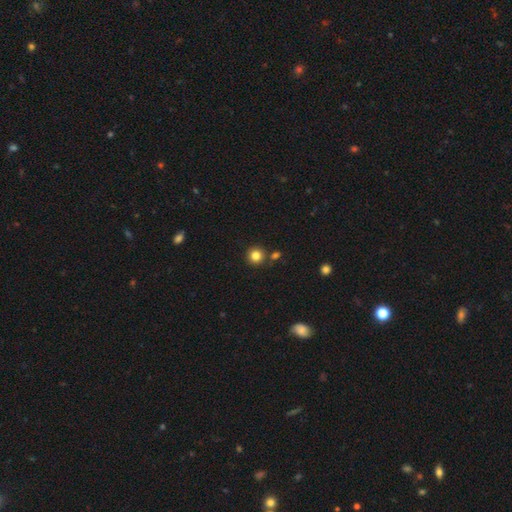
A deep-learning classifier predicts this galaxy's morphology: Smooth or featured? Predicted: smooth (p=0.83). How rounded? Predicted: round (p=0.94). Merging? Predicted: none (p=0.83).